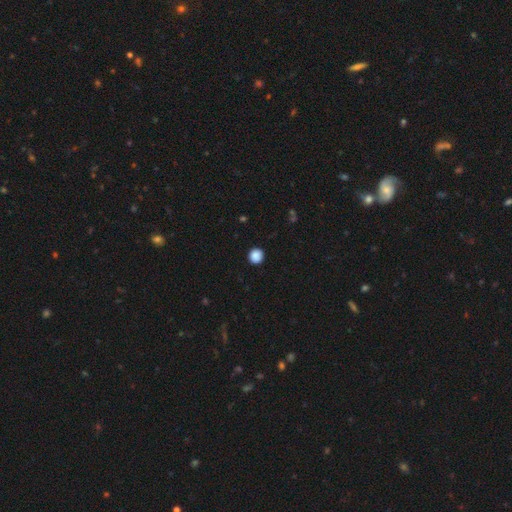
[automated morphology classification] This appears to be a smooth galaxy with no disk features (88%) that is round (93%). Merging: none (92%).